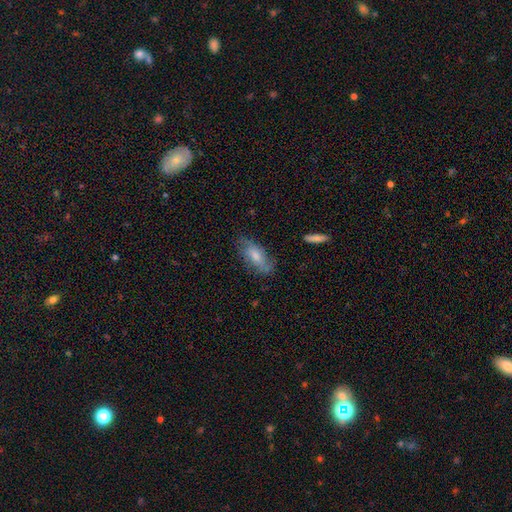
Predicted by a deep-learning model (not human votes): Q: Smooth or featured?
A: smooth (58%); runner-up: featured or disk (35%)
Q: How rounded?
A: in between (81%); runner-up: cigar-shaped (16%)
Q: Merging?
A: none (67%); runner-up: minor disturbance (24%)